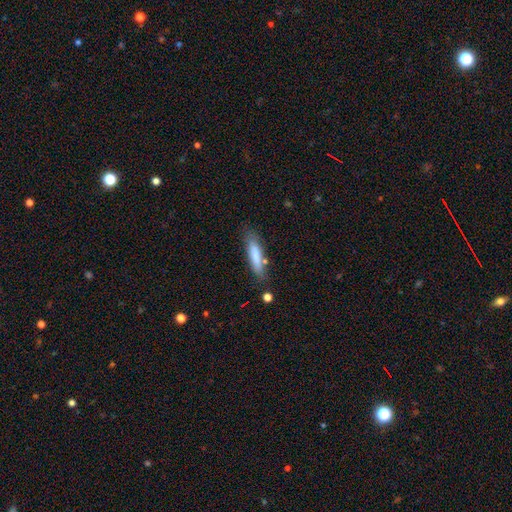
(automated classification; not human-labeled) The model was most divided on "how rounded": cigar-shaped: 76%, in between: 22%, round: 1%. More confident: smooth or featured — smooth (79%); merging — none (73%).